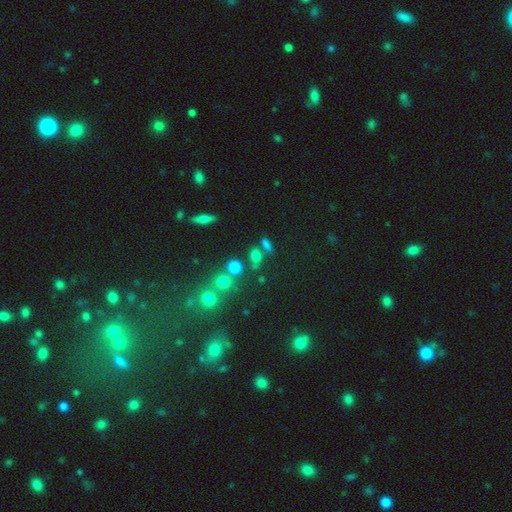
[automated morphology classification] A smooth galaxy with no disk features (70%) that is in between round and cigar-shaped (64%).

Vote fractions:
- Smooth or featured? smooth: 70% / star or artifact: 19% / featured or disk: 11%
- How rounded? in between: 64% / round: 28% / cigar-shaped: 8%
- Merging? none: 60% / merger: 21% / minor disturbance: 13% / major disturbance: 6%